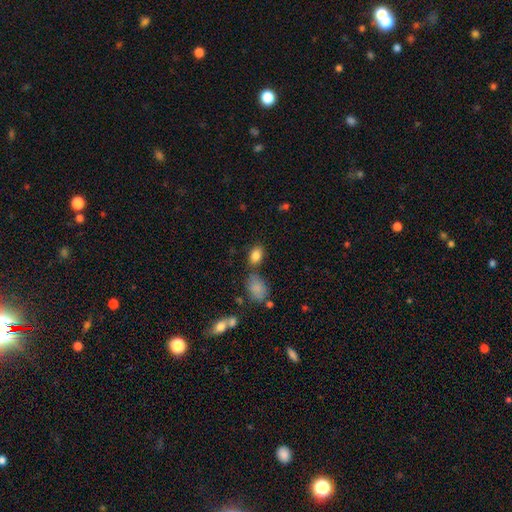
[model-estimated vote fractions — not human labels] Smooth or featured: smooth — 84% (star or artifact — 10%)
How rounded: in between — 84% (round — 14%)
Merging: none — 67% (minor disturbance — 15%)